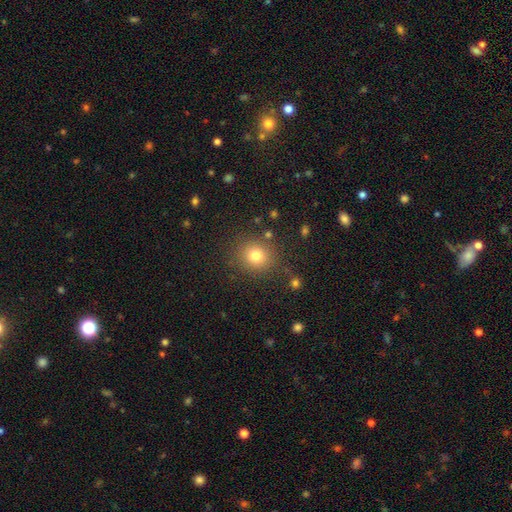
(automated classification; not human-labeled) Smooth or featured?
  - smooth: 79% *
  - star or artifact: 14%
  - featured or disk: 7%
How rounded?
  - round: 86% *
  - in between: 13%
  - cigar-shaped: 1%
Merging?
  - none: 85% *
  - minor disturbance: 9%
  - major disturbance: 4%
  - merger: 3%